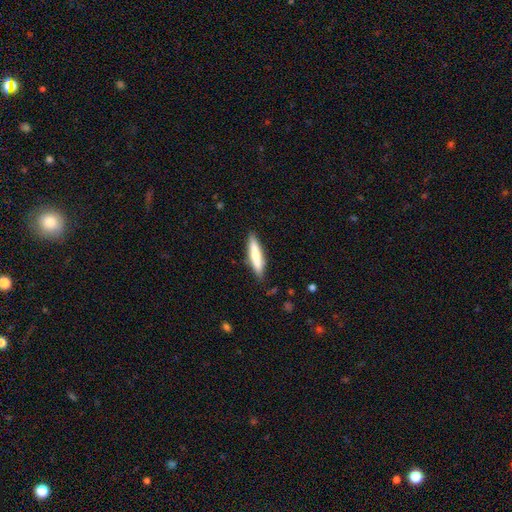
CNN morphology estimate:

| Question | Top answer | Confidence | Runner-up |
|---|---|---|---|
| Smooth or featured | smooth | 62% | featured or disk (32%) |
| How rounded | cigar-shaped | 83% | in between (15%) |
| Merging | none | 86% | minor disturbance (10%) |